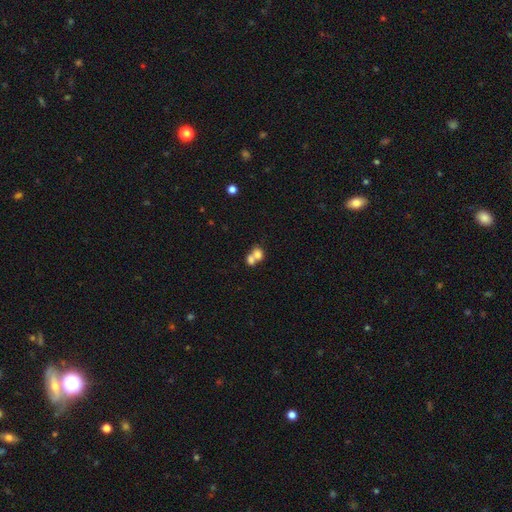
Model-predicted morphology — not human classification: Smooth or featured? smooth (73%)
How rounded? round (53%)
Merging? merger (68%)